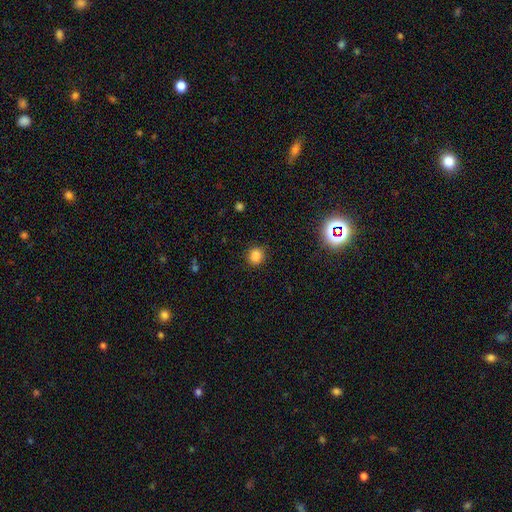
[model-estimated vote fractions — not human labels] The model was most divided on "how rounded": round: 75%, in between: 24%, cigar-shaped: 1%. More confident: merging — none (86%); smooth or featured — smooth (84%).